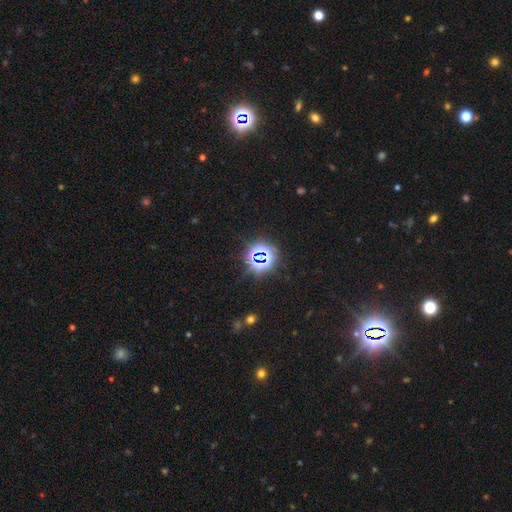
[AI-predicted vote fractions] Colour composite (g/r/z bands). It shows a star or artifact, not a galaxy (76%).